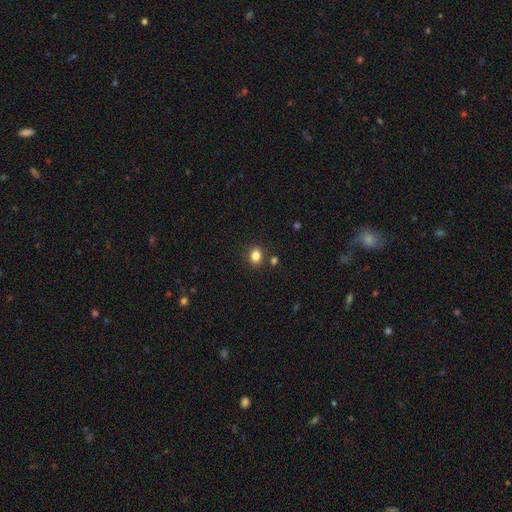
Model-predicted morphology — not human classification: Smooth or featured? smooth (83%)
How rounded? in between (53%)
Merging? none (84%)